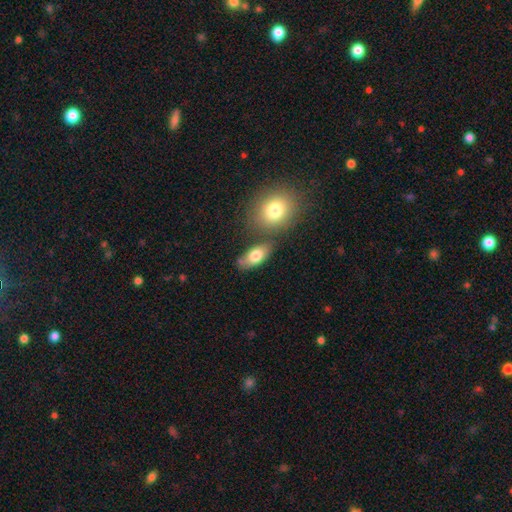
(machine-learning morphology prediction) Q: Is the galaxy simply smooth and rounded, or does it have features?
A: smooth — 78%.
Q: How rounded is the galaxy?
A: in between — 87%.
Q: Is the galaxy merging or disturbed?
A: none — 63%.